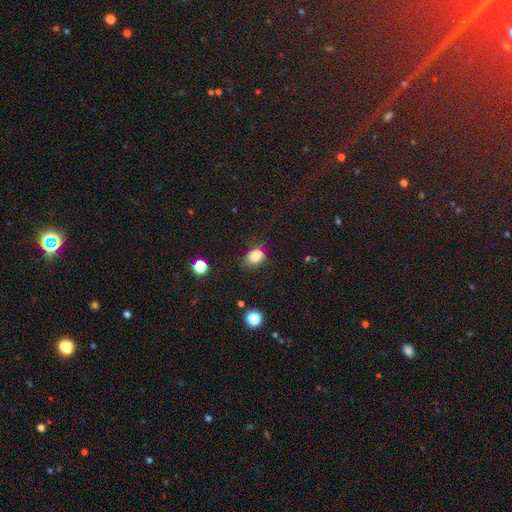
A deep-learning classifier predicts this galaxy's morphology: The model was most divided on "how rounded": in between: 63%, round: 36%, cigar-shaped: 1%. More confident: smooth or featured — smooth (83%); merging — none (70%).